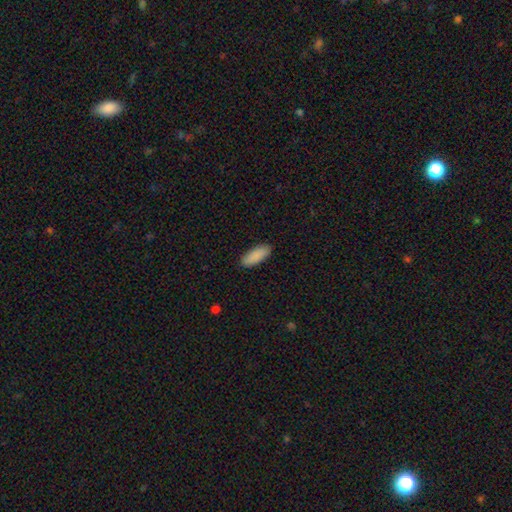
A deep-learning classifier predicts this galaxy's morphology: Overall: smooth (90%). How rounded: in between (76%). Merging: none (88%).